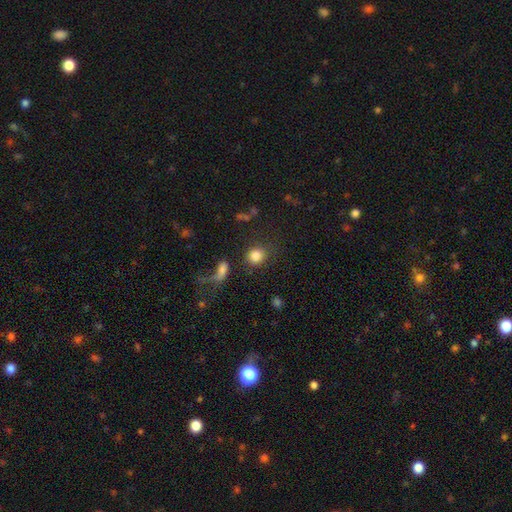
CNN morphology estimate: Q: Smooth or featured?
A: smooth (84%); runner-up: star or artifact (10%)
Q: How rounded?
A: round (78%); runner-up: in between (20%)
Q: Merging?
A: none (71%); runner-up: minor disturbance (12%)